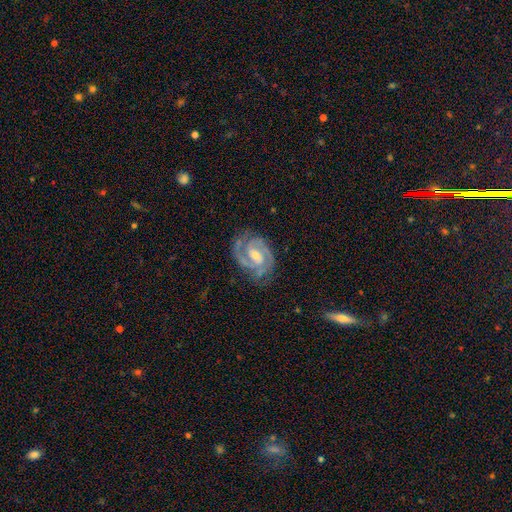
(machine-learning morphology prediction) smooth-or-featured: featured or disk: 91% | smooth: 4% | star or artifact: 4%
  disk-edge-on: no: 98% | yes: 2%
    bar: weak: 51% | no: 30% | strong: 19%
    has-spiral-arms: yes: 98% | no: 2%
      spiral-winding: tight: 51% | medium: 43% | loose: 5%
      spiral-arm-count: 2: 83% | 3: 8% | can't tell: 4% | 1: 2% | 4: 2% | more than 4: 2%
    bulge-size: moderate: 47% | small: 46% | none: 3% | large: 3% | dominant: 1%
  merging: none: 75% | minor disturbance: 18% | major disturbance: 6% | merger: 1%